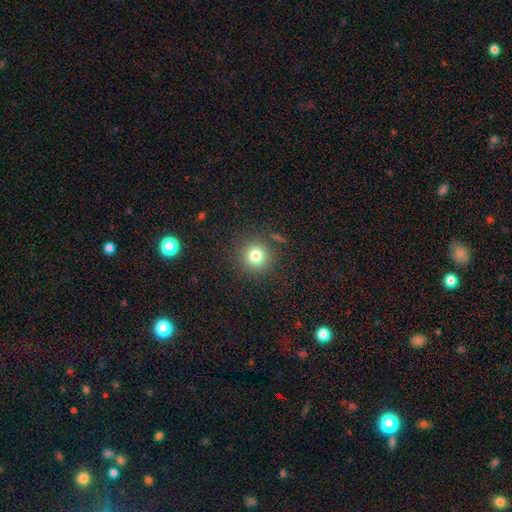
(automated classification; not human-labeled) This appears to be a smooth galaxy with no disk features (78%) that is round (94%). Merging: none (88%).